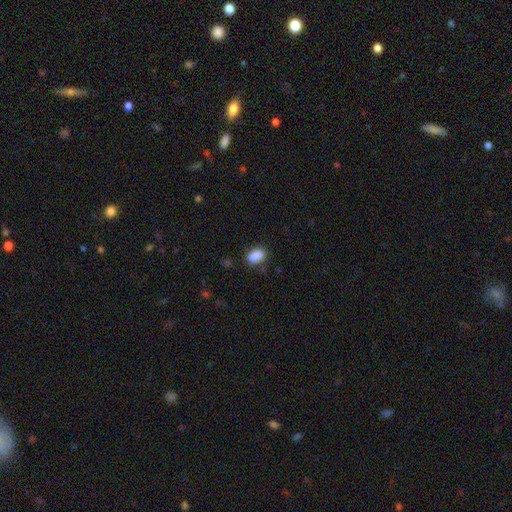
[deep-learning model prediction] smooth-or-featured: smooth: 88% | star or artifact: 8% | featured or disk: 3%
  how-rounded: in between: 87% | round: 11% | cigar-shaped: 2%
  merging: none: 79% | minor disturbance: 15% | major disturbance: 4% | merger: 2%